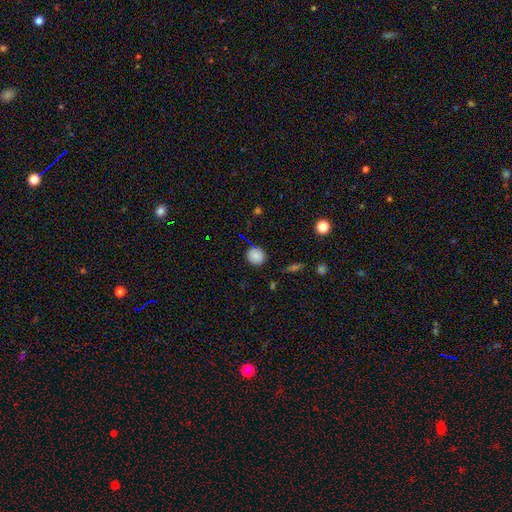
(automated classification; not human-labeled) smooth_or_featured: smooth (p=0.81) [alt: star or artifact p=0.12]
how_rounded: round (p=0.89) [alt: in between p=0.10]
merging: none (p=0.82) [alt: minor disturbance p=0.13]